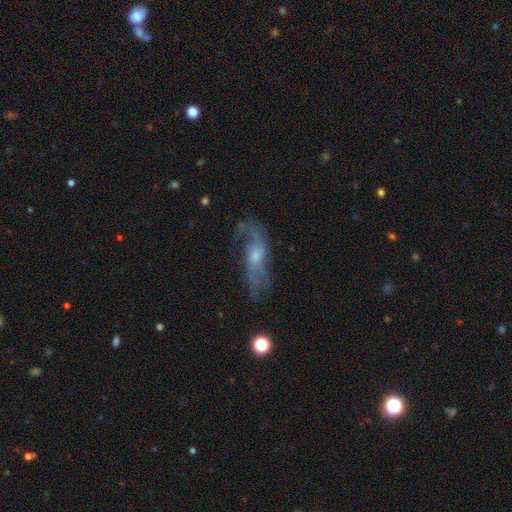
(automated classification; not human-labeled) smooth_or_featured: featured or disk (p=0.73) [alt: smooth p=0.18]
disk_edge_on: no (p=0.85) [alt: yes p=0.15]
bar: no (p=0.65) [alt: weak p=0.29]
has_spiral_arms: yes (p=0.84) [alt: no p=0.16]
spiral_winding: loose (p=0.62) [alt: medium p=0.28]
spiral_arm_count: 2 (p=0.65) [alt: can't tell p=0.17]
bulge_size: small (p=0.53) [alt: moderate p=0.38]
merging: none (p=0.54) [alt: minor disturbance p=0.22]